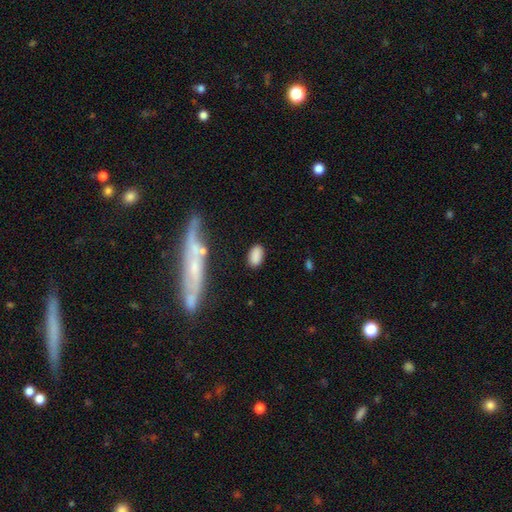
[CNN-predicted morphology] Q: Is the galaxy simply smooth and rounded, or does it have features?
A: smooth — 84%.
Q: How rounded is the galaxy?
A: in between — 92%.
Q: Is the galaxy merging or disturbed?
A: none — 79%.